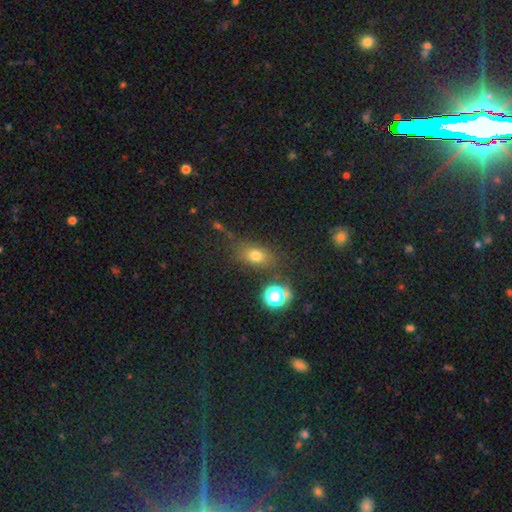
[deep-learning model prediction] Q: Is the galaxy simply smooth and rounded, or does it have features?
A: smooth — 69%.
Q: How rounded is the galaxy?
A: in between — 65%.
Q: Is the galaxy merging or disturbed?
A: none — 75%.